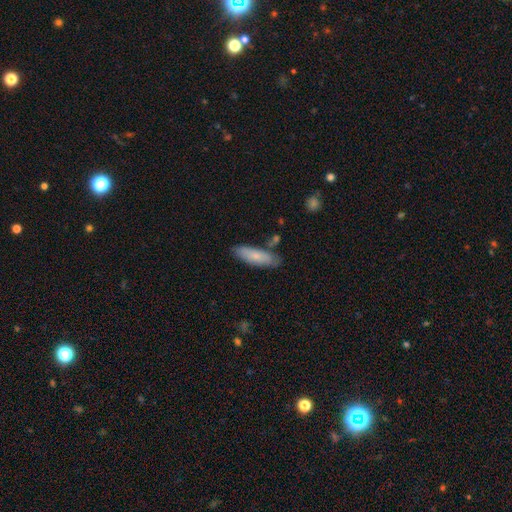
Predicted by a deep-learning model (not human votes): This is likely a smooth galaxy (76%). How rounded: possibly cigar-shaped (52%). Merging: likely none (77%).